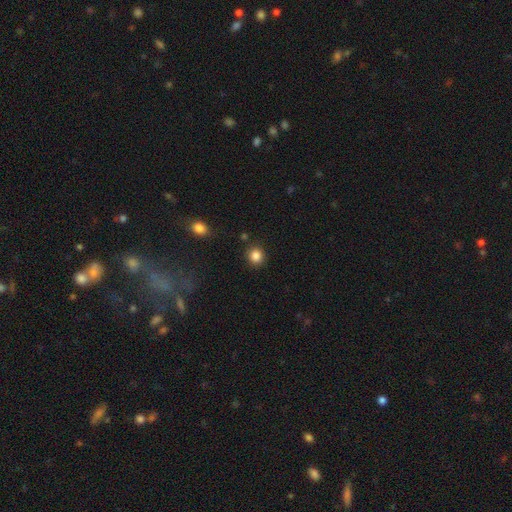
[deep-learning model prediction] This is clearly a smooth galaxy (85%). How rounded: clearly round (87%). Merging: clearly none (87%).